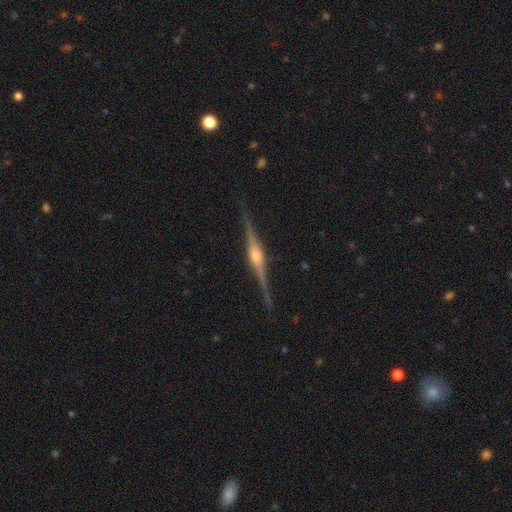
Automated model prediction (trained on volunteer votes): Smooth or featured? featured or disk (88%)
Edge-on disk? yes (98%)
Edge-on bulge? rounded (88%)
Merging? none (90%)